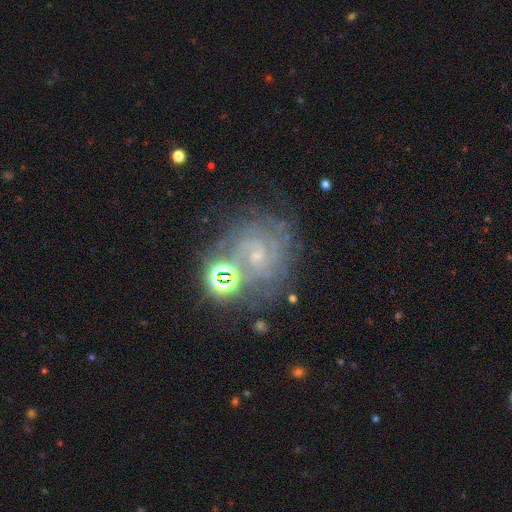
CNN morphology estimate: This appears to be a featured or disk galaxy (79%) with no bar (58%), 2 (36%) tight (65%) spiral arms (95%) and a small central bulge (73%). Merging: none (63%).